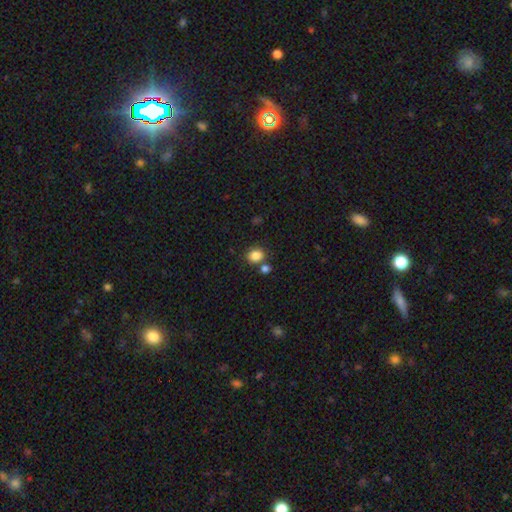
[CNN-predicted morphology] Smooth or featured? smooth (85%)
How rounded? round (56%)
Merging? none (68%)